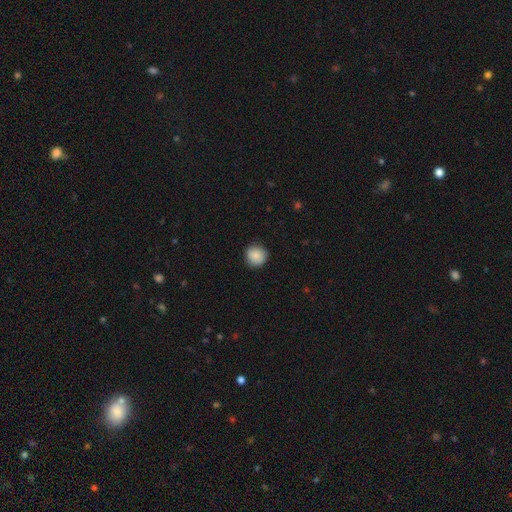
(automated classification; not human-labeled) Smooth or featured?
  - smooth: 88% *
  - star or artifact: 8%
  - featured or disk: 4%
How rounded?
  - round: 93% *
  - in between: 6%
  - cigar-shaped: 1%
Merging?
  - none: 89% *
  - minor disturbance: 8%
  - major disturbance: 2%
  - merger: 1%